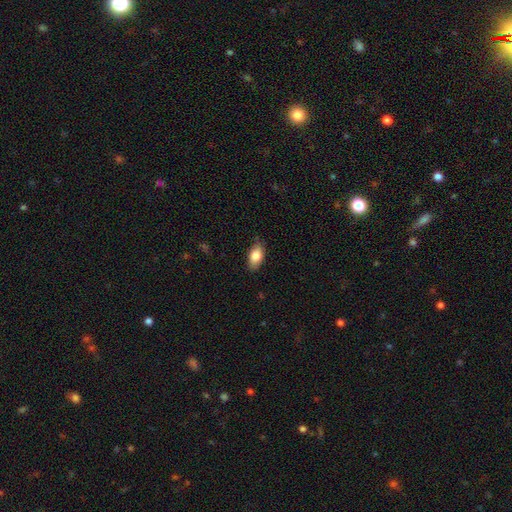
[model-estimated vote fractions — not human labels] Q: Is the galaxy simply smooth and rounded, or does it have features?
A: smooth — 82%.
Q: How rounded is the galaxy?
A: in between — 90%.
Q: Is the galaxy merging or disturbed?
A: none — 80%.